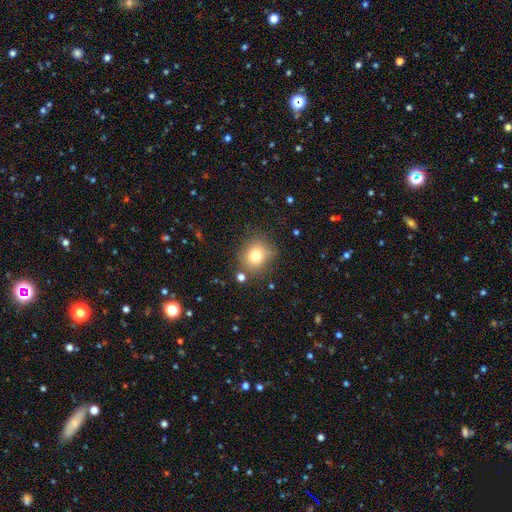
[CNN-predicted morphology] Q: Smooth or featured?
A: smooth (78%); runner-up: star or artifact (12%)
Q: How rounded?
A: round (83%); runner-up: in between (16%)
Q: Merging?
A: none (78%); runner-up: minor disturbance (13%)